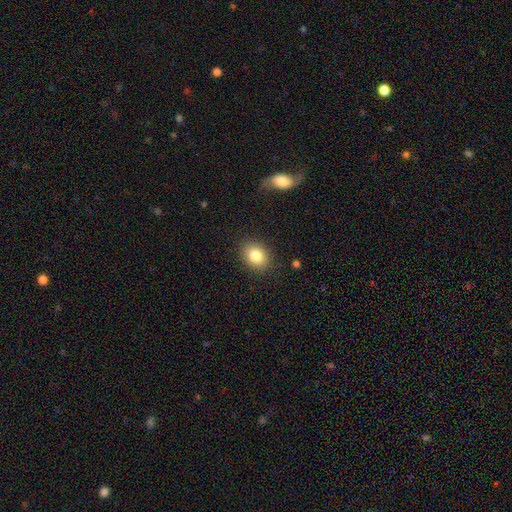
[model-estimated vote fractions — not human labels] Smooth or featured? Predicted: smooth (p=0.82). How rounded? Predicted: in between (p=0.56). Merging? Predicted: none (p=0.87).